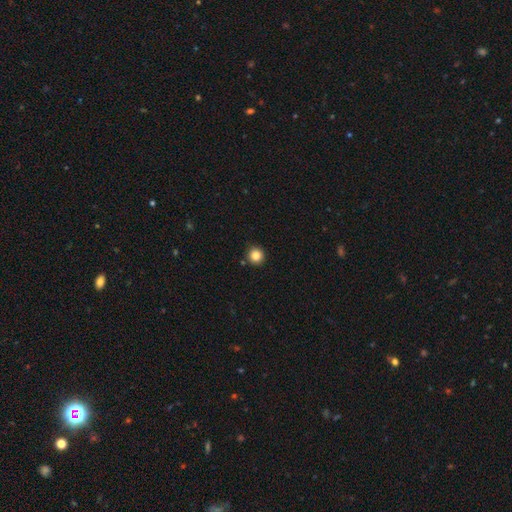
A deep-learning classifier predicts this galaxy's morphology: smooth-or-featured: smooth: 83% | star or artifact: 11% | featured or disk: 5%
  how-rounded: round: 95% | in between: 4% | cigar-shaped: 1%
  merging: none: 90% | minor disturbance: 6% | merger: 2% | major disturbance: 2%